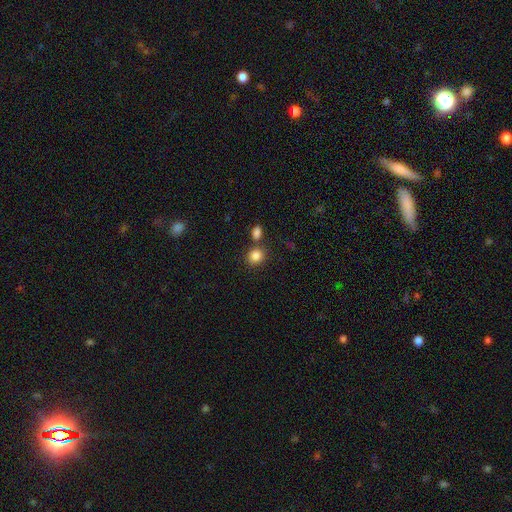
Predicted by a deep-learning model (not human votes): smooth_or_featured: smooth (p=0.85) [alt: star or artifact p=0.10]
how_rounded: round (p=0.78) [alt: in between p=0.21]
merging: none (p=0.70) [alt: merger p=0.17]